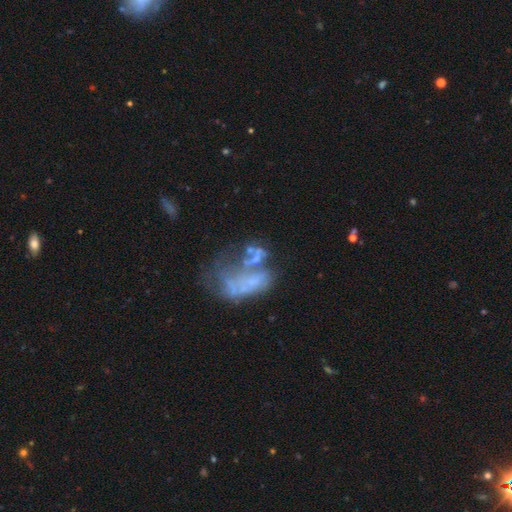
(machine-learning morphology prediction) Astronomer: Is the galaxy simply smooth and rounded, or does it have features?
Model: featured or disk — 55%.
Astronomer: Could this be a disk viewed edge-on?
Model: no — 97%.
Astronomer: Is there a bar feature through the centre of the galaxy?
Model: no — 87%.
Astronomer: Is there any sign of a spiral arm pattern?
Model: no — 90%.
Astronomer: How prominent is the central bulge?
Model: none — 69%.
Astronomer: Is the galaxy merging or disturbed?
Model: major disturbance — 35% (runner-up: merger, 34%).